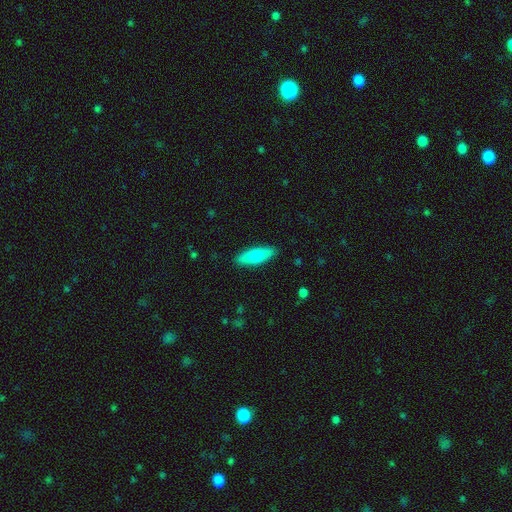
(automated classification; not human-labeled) smooth 77%, featured or disk 18%, star or artifact 5%. Down the decision tree: how rounded — cigar-shaped (55%); merging — none (89%).